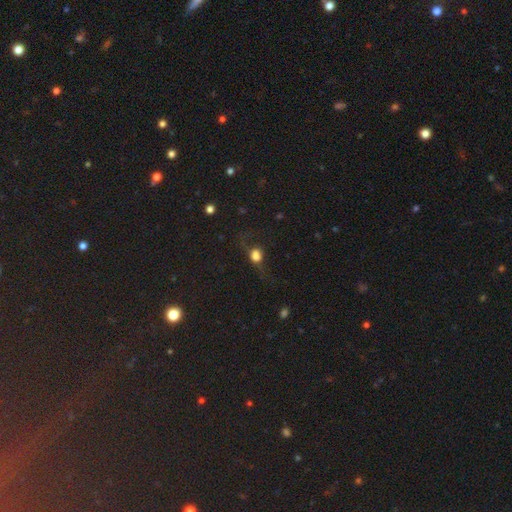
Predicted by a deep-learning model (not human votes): Morphology: type=smooth (61%); roundness=round (63%); merging=none (49%).